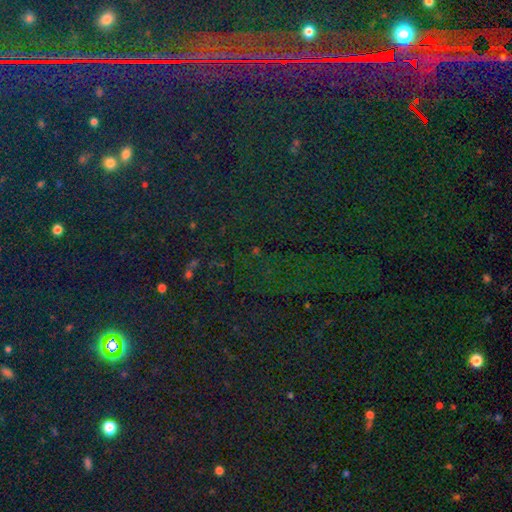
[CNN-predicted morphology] A star or artifact, not a galaxy (82%).

Vote fractions:
- Smooth or featured? star or artifact: 82% / smooth: 11% / featured or disk: 7%